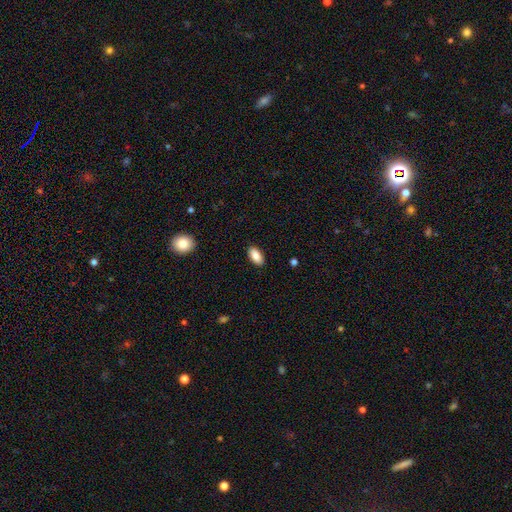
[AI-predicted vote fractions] A smooth galaxy with no disk features (88%) that is in between round and cigar-shaped (92%). Merging: none (89%).